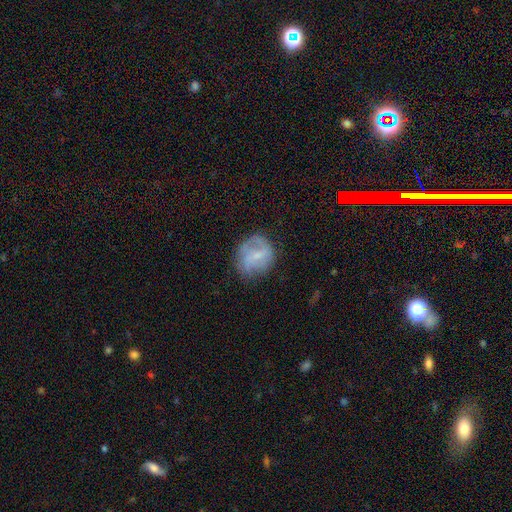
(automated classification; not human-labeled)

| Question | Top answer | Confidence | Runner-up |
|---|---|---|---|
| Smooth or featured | featured or disk | 51% | smooth (41%) |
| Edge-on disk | no | 97% | yes (3%) |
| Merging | none | 62% | minor disturbance (24%) |